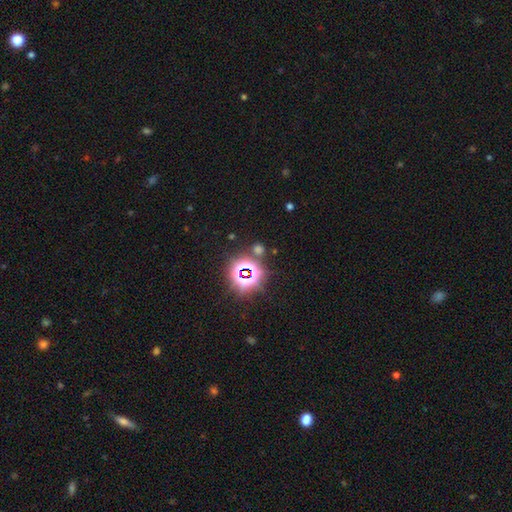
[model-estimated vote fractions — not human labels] This is likely a star or artifact rather than a galaxy (74%).